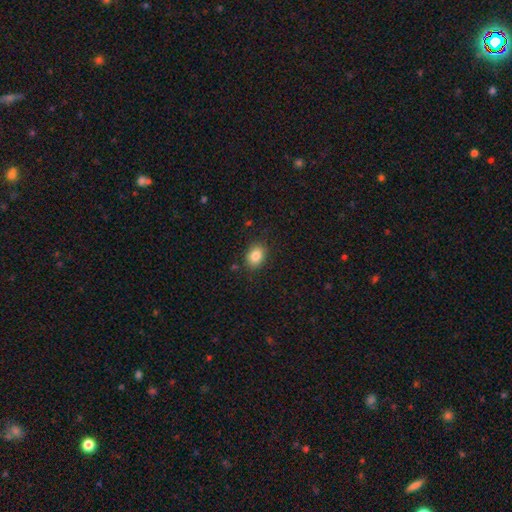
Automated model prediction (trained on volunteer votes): Overall: smooth (84%). How rounded: in between (65%; round 34%). Merging: none (84%).